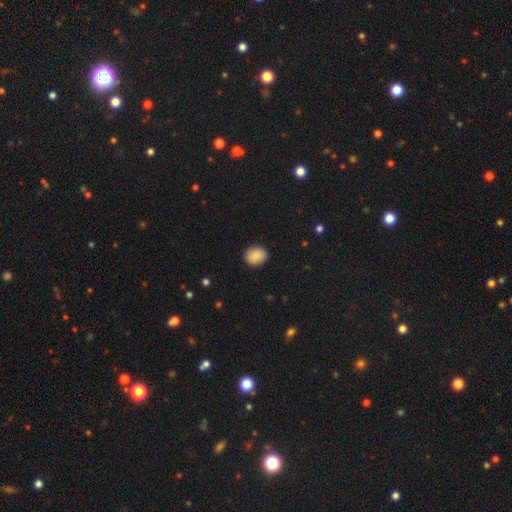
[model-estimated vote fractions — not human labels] Smooth or featured? smooth (89%)
How rounded? round (57%)
Merging? none (89%)